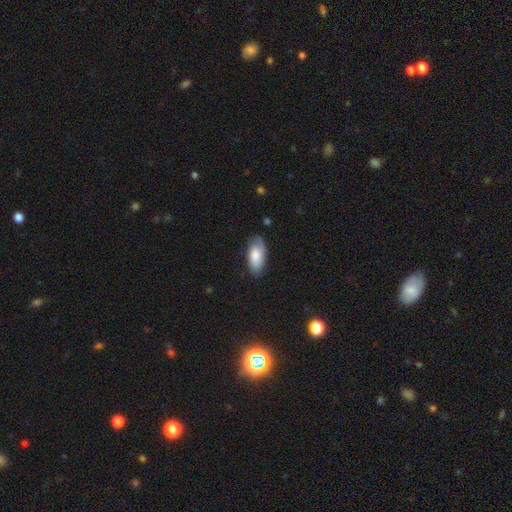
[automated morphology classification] This is likely a smooth galaxy (80%). How rounded: clearly in between (89%). Merging: likely none (73%).